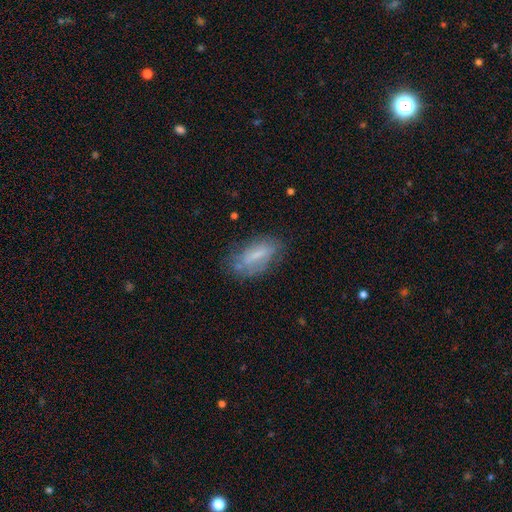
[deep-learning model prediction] Smooth or featured? Predicted: smooth (p=0.54). How rounded? Predicted: in between (p=0.80). Merging? Predicted: none (p=0.63).